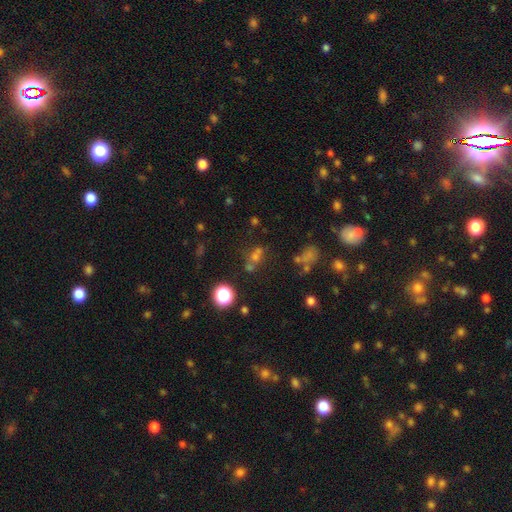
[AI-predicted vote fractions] A smooth galaxy with no disk features (51%) that is round (56%). Merging: none (48%).